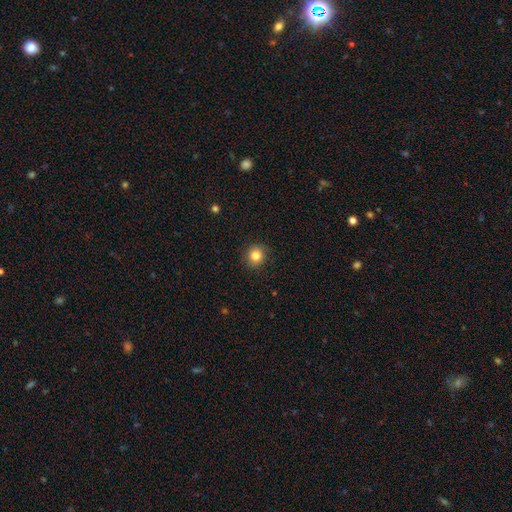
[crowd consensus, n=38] Smooth or featured?
  - smooth: 84% *
  - featured or disk: 8%
  - star or artifact: 8%
How rounded?
  - round: 88% *
  - in between: 12%
  - cigar-shaped: 0%
Merging?
  - none: 83% *
  - minor disturbance: 11%
  - major disturbance: 6%
  - merger: 0%